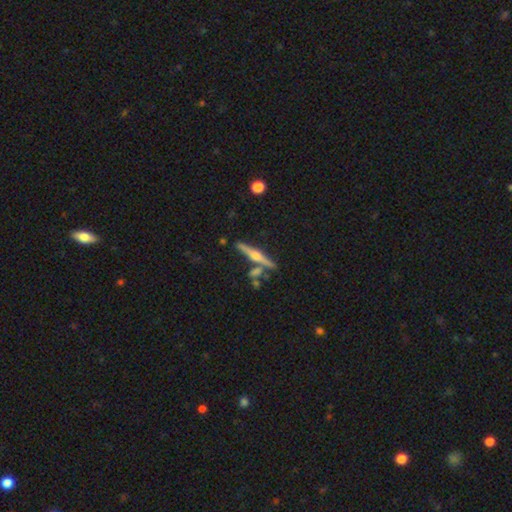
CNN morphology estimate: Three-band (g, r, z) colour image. It shows a featured or disk galaxy (77%) viewed edge-on (98%) with a rounded central bulge (93%). Merging: none (80%).